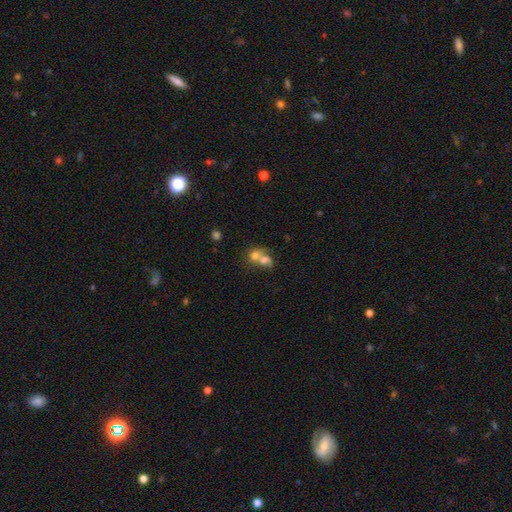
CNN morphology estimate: This is likely a smooth galaxy (63%). How rounded: possibly round (54%). Merging: likely merger (71%).